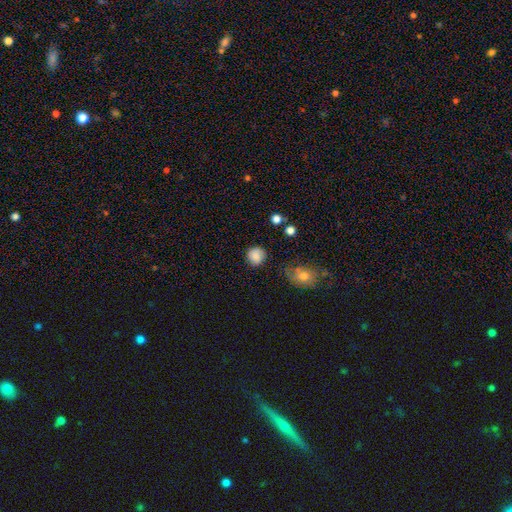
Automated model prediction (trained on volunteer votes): Overall: smooth (83%). How rounded: round (88%). Merging: none (78%).